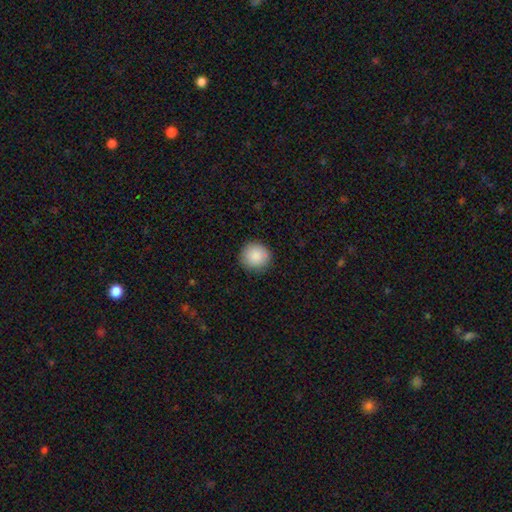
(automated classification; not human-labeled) A smooth galaxy with no disk features (89%) that is round (93%).

Vote fractions:
- Smooth or featured? smooth: 89% / star or artifact: 7% / featured or disk: 4%
- How rounded? round: 93% / in between: 6% / cigar-shaped: 1%
- Merging? none: 90% / minor disturbance: 7% / major disturbance: 2% / merger: 1%